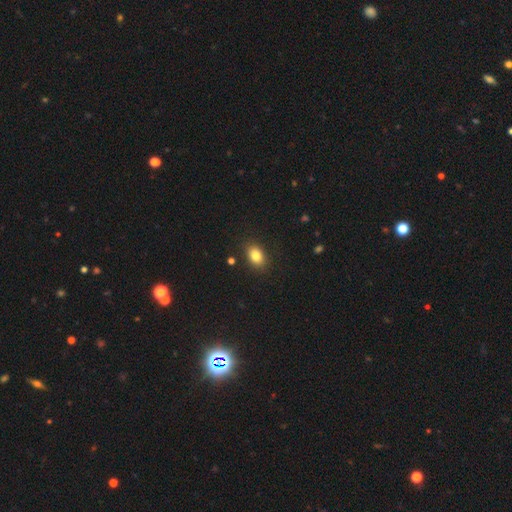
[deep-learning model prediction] This is clearly a smooth galaxy (84%). How rounded: likely in between (78%). Merging: clearly none (87%).